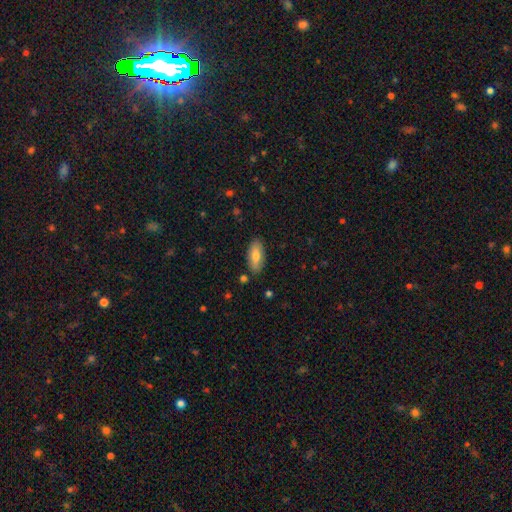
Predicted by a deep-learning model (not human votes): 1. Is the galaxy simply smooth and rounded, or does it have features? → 75% smooth, 18% featured or disk, 6% star or artifact.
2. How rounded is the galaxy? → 84% in between, 14% cigar-shaped, 2% round.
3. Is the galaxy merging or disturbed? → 85% none, 11% minor disturbance, 2% major disturbance, 2% merger.